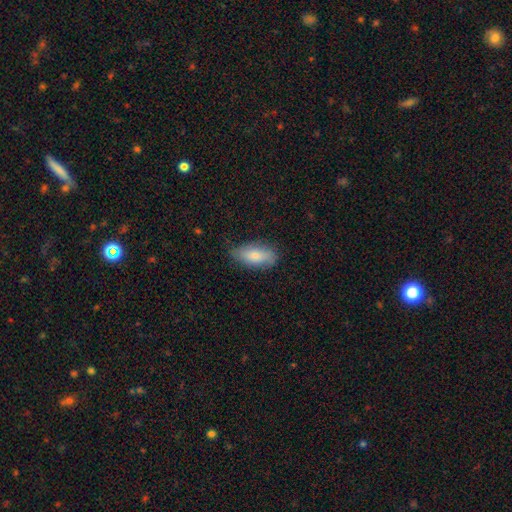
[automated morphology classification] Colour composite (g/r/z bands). It shows a smooth galaxy with no disk features (78%) that is in between round and cigar-shaped (86%). Merging: none (75%).